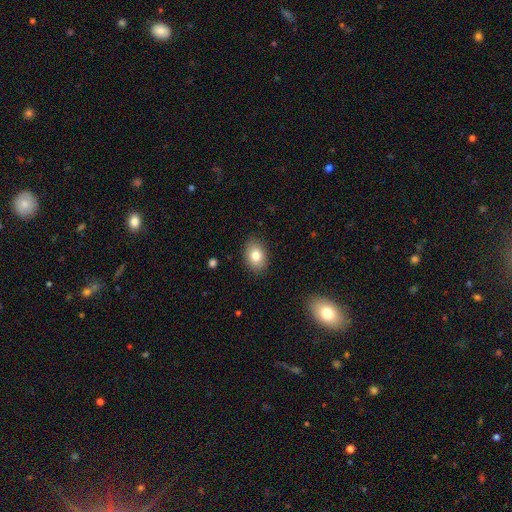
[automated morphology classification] Overall: smooth (80%). How rounded: in between (79%). Merging: none (88%).